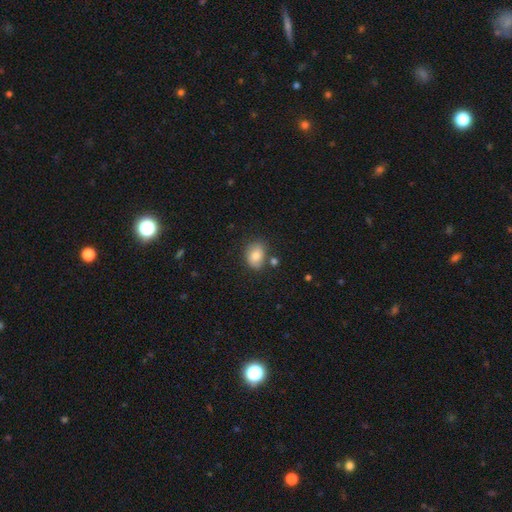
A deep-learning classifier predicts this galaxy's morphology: This appears to be a smooth galaxy with no disk features (81%) that is in between round and cigar-shaped (57%). Merging: none (72%).